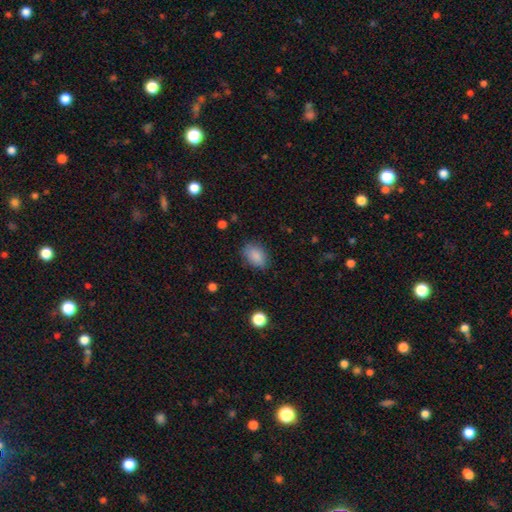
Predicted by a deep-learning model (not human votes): Overall: smooth (87%). How rounded: in between (82%). Merging: none (79%).